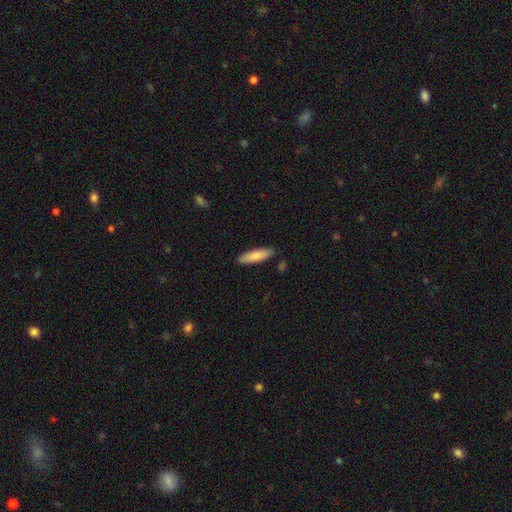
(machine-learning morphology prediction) Overall: smooth (80%). How rounded: cigar-shaped (62%; in between 36%). Merging: none (86%).